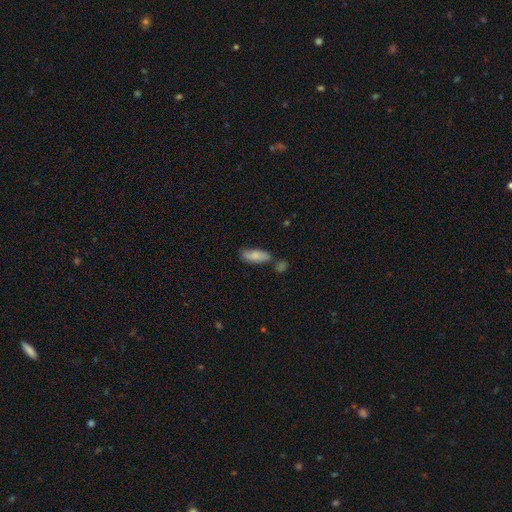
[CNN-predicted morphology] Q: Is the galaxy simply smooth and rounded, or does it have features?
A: smooth — 80%.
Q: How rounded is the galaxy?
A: in between — 74%.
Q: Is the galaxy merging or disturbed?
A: none — 61%.